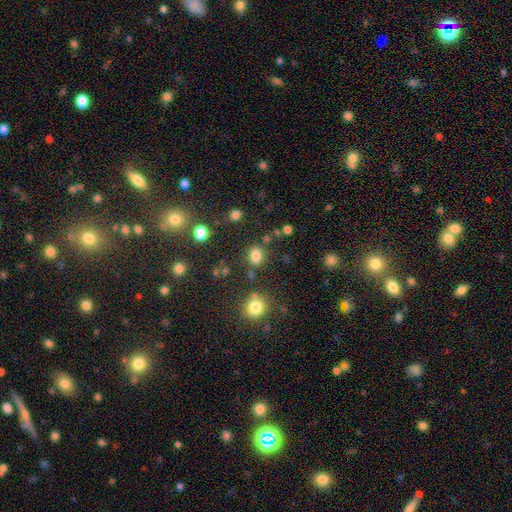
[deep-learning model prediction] smooth 80%, star or artifact 14%, featured or disk 6%. Down the decision tree: how rounded — in between (67%); merging — none (73%).